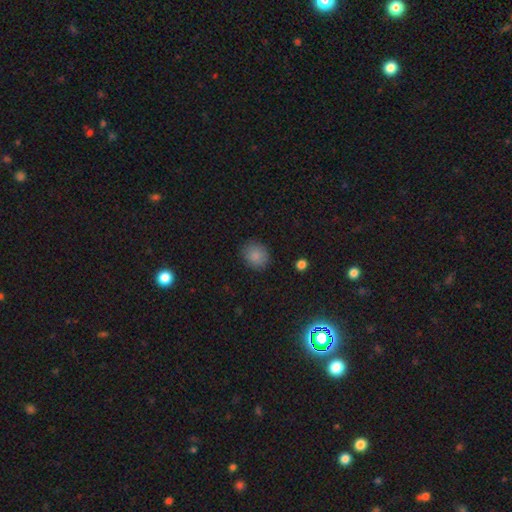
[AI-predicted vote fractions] smooth 85%, star or artifact 10%, featured or disk 5%. Down the decision tree: how rounded — round (72%); merging — none (85%).